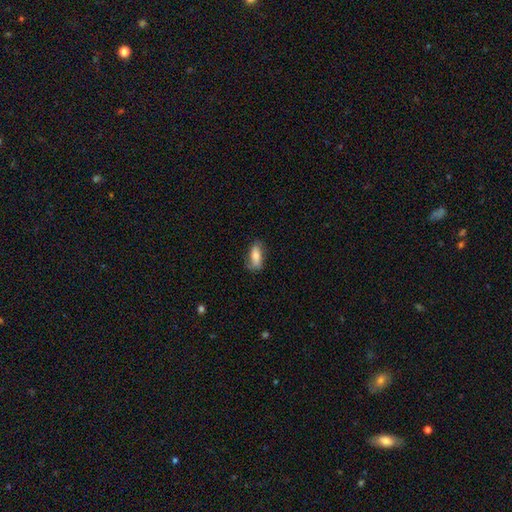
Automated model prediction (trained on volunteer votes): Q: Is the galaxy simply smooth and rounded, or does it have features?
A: smooth — 70%.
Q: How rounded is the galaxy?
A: in between — 77%.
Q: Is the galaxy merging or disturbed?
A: none — 73%.